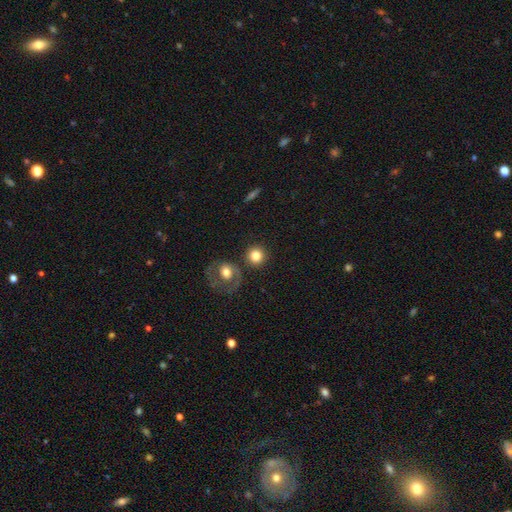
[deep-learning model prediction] A smooth galaxy with no disk features (81%) that is round (92%).

Vote fractions:
- Smooth or featured? smooth: 81% / featured or disk: 11% / star or artifact: 9%
- How rounded? round: 92% / in between: 7% / cigar-shaped: 1%
- Merging? none: 77% / merger: 10% / minor disturbance: 9% / major disturbance: 4%